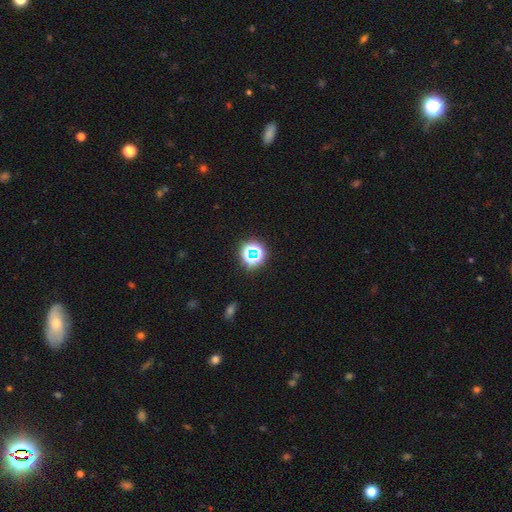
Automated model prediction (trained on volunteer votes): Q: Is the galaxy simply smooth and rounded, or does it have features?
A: star or artifact — 63%.